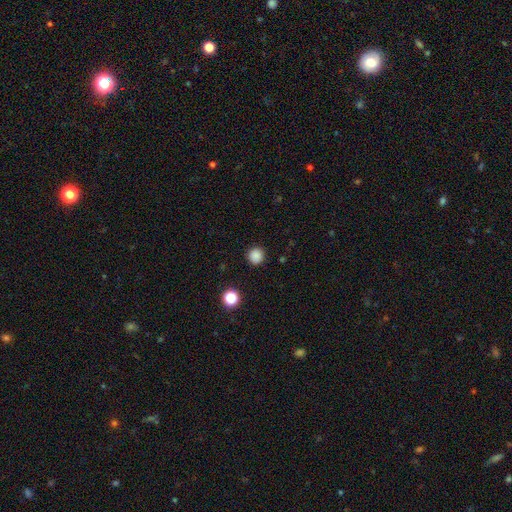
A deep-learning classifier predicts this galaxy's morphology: smooth-or-featured: smooth: 85% | star or artifact: 12% | featured or disk: 3%
  how-rounded: round: 95% | in between: 4% | cigar-shaped: 1%
  merging: none: 91% | minor disturbance: 6% | major disturbance: 2% | merger: 1%